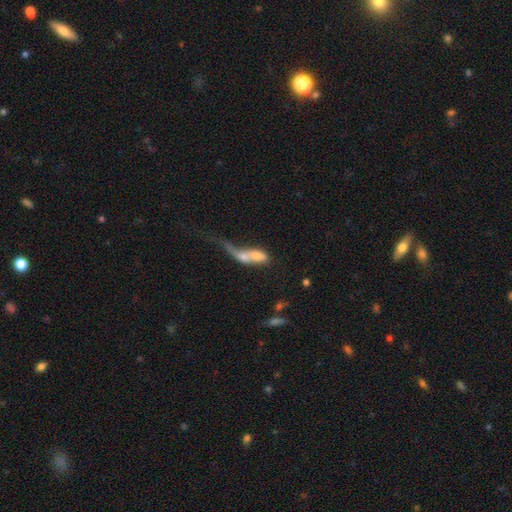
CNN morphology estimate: The model was most divided on "smooth or featured": smooth: 56%, featured or disk: 34%, star or artifact: 10%. More confident: how rounded — in between (65%); merging — merger (60%).